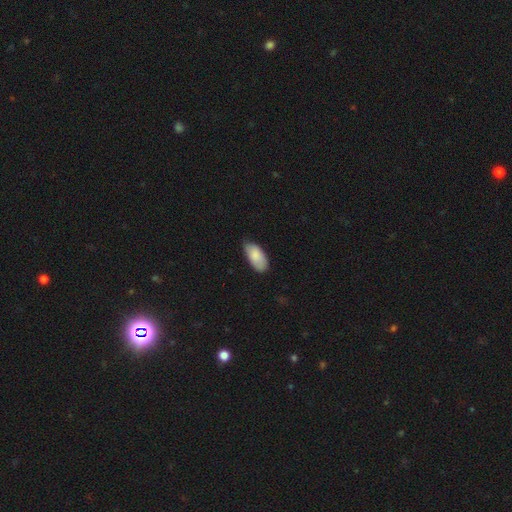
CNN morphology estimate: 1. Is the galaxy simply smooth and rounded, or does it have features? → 85% smooth, 9% featured or disk, 6% star or artifact.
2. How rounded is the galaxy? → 93% in between, 5% cigar-shaped, 2% round.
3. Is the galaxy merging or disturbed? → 66% none, 29% minor disturbance, 4% major disturbance, 1% merger.